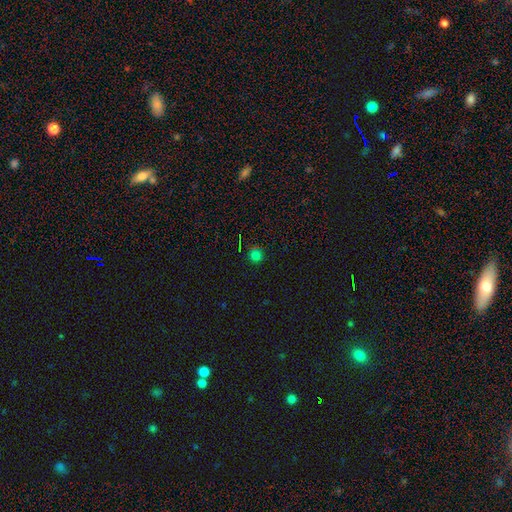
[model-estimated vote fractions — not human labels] The model was most divided on "smooth or featured": smooth: 75%, star or artifact: 20%, featured or disk: 5%. More confident: how rounded — round (93%); merging — none (87%).